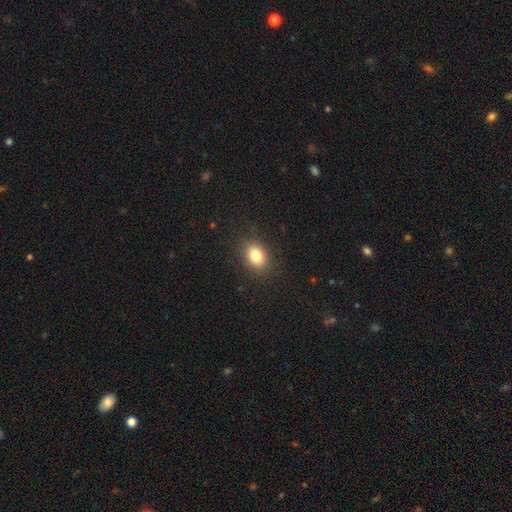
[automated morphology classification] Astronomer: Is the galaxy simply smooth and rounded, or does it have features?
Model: smooth — 82%.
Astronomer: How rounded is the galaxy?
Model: in between — 67%.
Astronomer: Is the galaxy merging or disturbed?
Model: none — 87%.